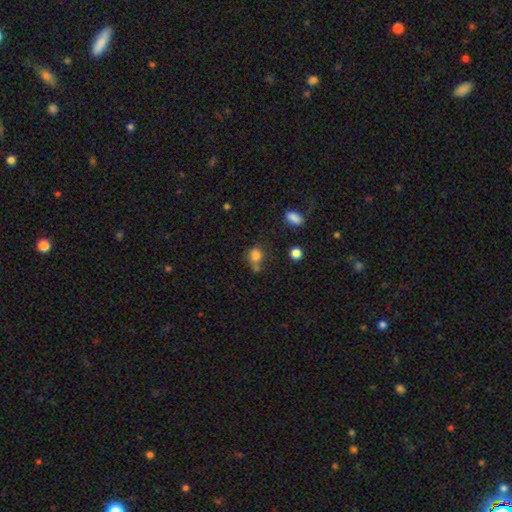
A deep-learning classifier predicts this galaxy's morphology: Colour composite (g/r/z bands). It shows a smooth galaxy with no disk features (79%) that is round (50%). Merging: none (44%).